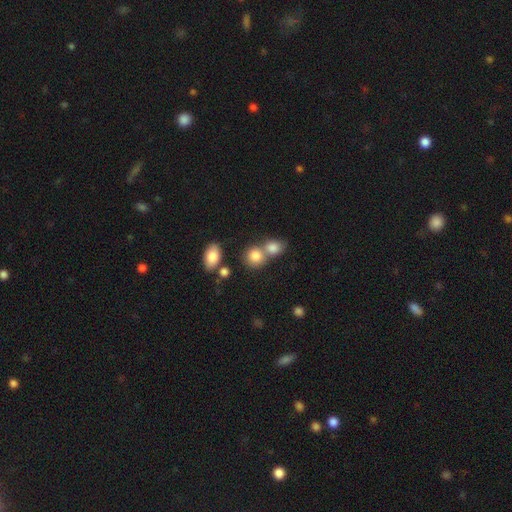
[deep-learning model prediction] A smooth galaxy with no disk features (83%) that is round (74%). Merging: merger (46%).